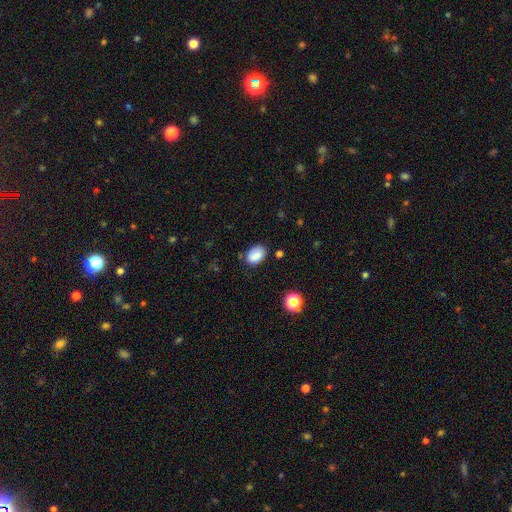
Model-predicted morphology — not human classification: smooth-or-featured: smooth: 84% | star or artifact: 9% | featured or disk: 7%
  how-rounded: in between: 82% | round: 16% | cigar-shaped: 1%
  merging: none: 75% | minor disturbance: 18% | major disturbance: 4% | merger: 3%